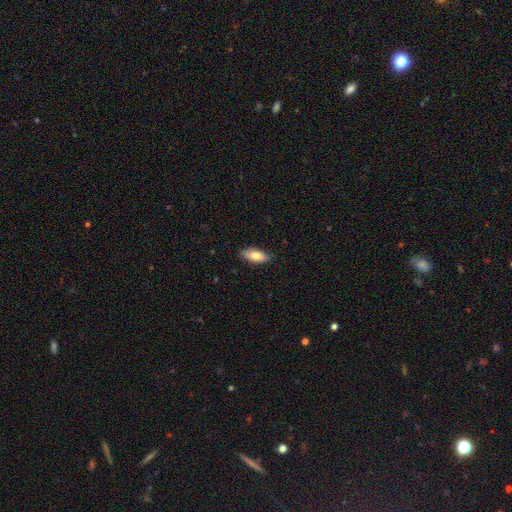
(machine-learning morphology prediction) This appears to be a smooth galaxy with no disk features (78%) that is in between round and cigar-shaped (81%). Merging: none (85%).